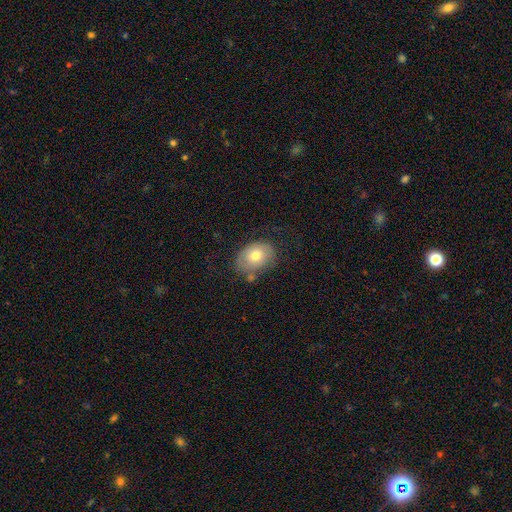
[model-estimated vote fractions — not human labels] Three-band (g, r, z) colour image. It shows a smooth galaxy with no disk features (68%) that is in between round and cigar-shaped (71%). Merging: none (58%).